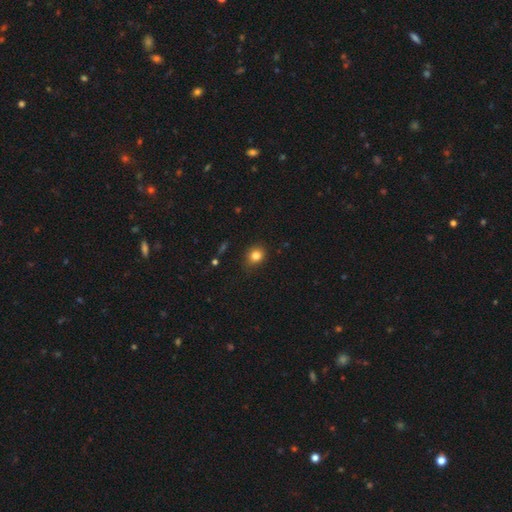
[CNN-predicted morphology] Overall: smooth (82%). How rounded: round (63%; in between 36%). Merging: none (80%).